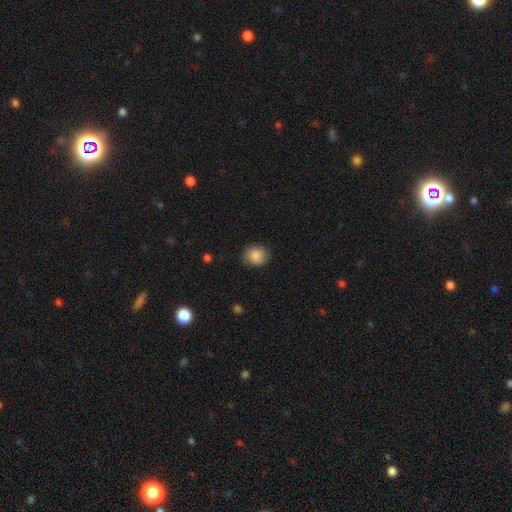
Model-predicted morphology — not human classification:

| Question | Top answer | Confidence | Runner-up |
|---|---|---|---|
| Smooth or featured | smooth | 87% | star or artifact (8%) |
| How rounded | round | 76% | in between (23%) |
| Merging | none | 86% | minor disturbance (11%) |